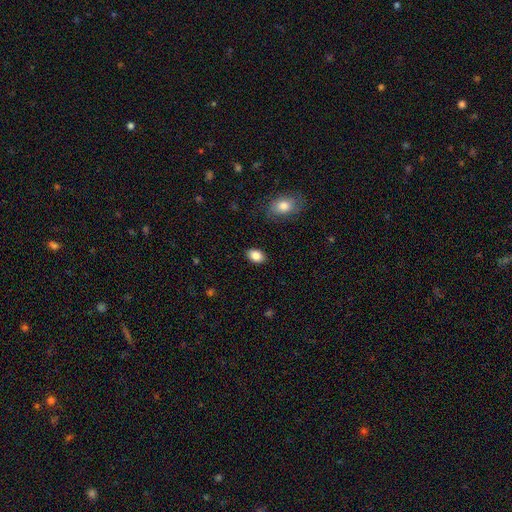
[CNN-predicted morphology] This is clearly a smooth galaxy (86%). How rounded: clearly in between (84%). Merging: clearly none (88%).